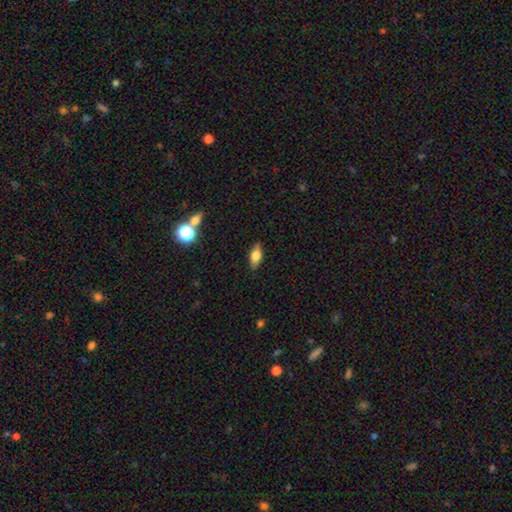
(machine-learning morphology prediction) Smooth or featured: smooth — 69% (featured or disk — 22%)
How rounded: in between — 80% (cigar-shaped — 15%)
Merging: none — 87% (minor disturbance — 10%)